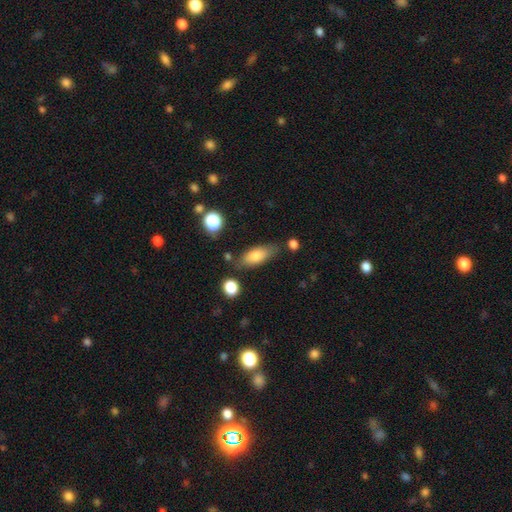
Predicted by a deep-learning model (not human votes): smooth-or-featured: smooth: 76% | featured or disk: 17% | star or artifact: 8%
  how-rounded: in between: 75% | cigar-shaped: 22% | round: 3%
  merging: none: 72% | minor disturbance: 17% | merger: 6% | major disturbance: 5%